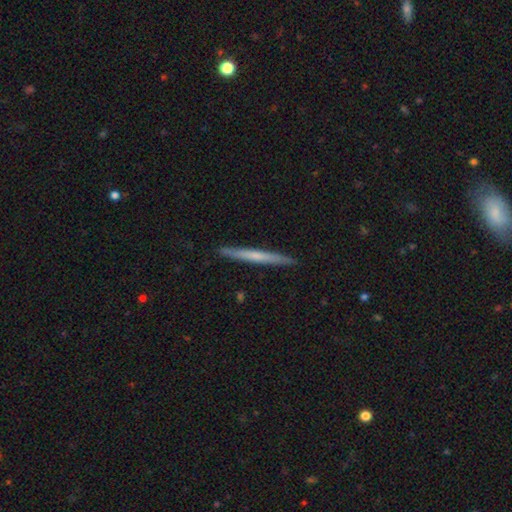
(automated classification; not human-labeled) Smooth or featured? Predicted: smooth (p=0.49). Merging? Predicted: none (p=0.91).